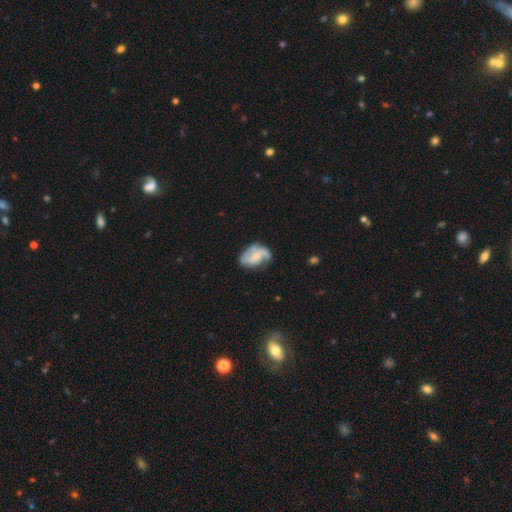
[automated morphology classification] Smooth or featured? Predicted: featured or disk (p=0.68). Edge-on disk? Predicted: no (p=0.97). Bar? Predicted: no (p=0.66). Spiral arms? Predicted: yes (p=0.83). Spiral winding? Predicted: medium (p=0.44). Spiral arm count? Predicted: 2 (p=0.53). Bulge size? Predicted: small (p=0.51). Merging? Predicted: none (p=0.49).